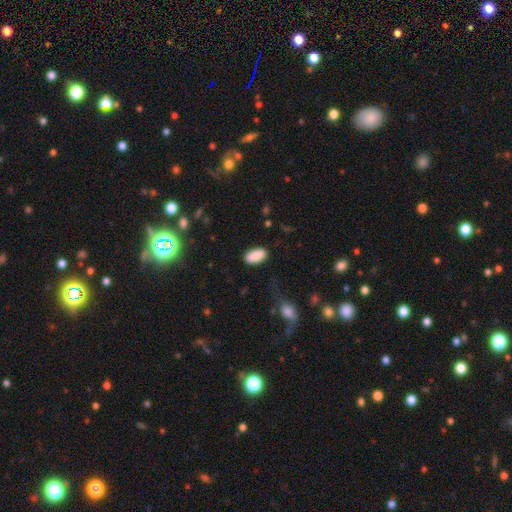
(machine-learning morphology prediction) Smooth or featured? Predicted: smooth (p=0.88). How rounded? Predicted: in between (p=0.94). Merging? Predicted: none (p=0.84).